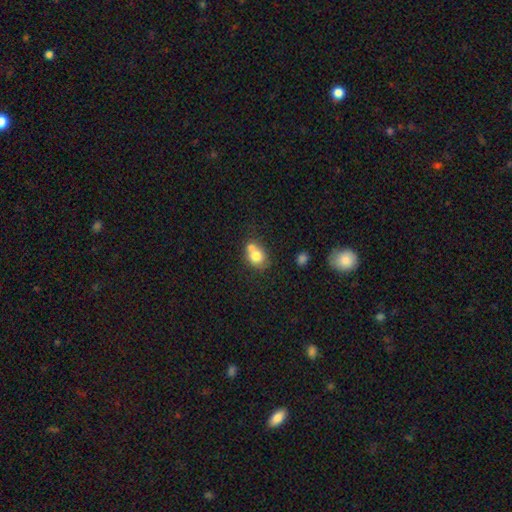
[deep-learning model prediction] smooth_or_featured: smooth (p=0.75) [alt: featured or disk p=0.16]
how_rounded: round (p=0.59) [alt: in between p=0.40]
merging: merger (p=0.48) [alt: none p=0.36]